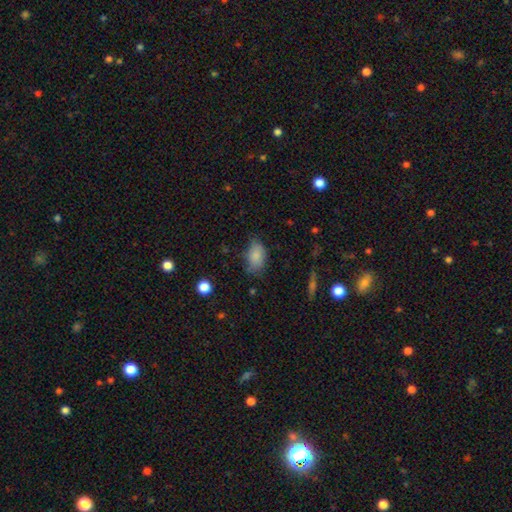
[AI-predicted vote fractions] Morphology: type=smooth (84%); roundness=in between (90%); merging=none (63%).